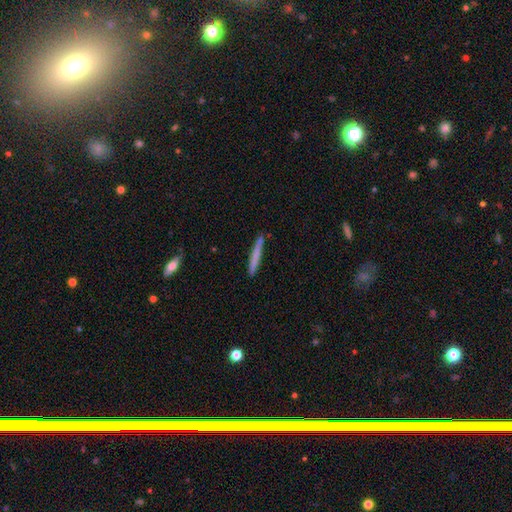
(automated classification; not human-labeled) The model was most divided on "smooth or featured": smooth: 67%, featured or disk: 27%, star or artifact: 6%. More confident: how rounded — cigar-shaped (97%); merging — none (89%).